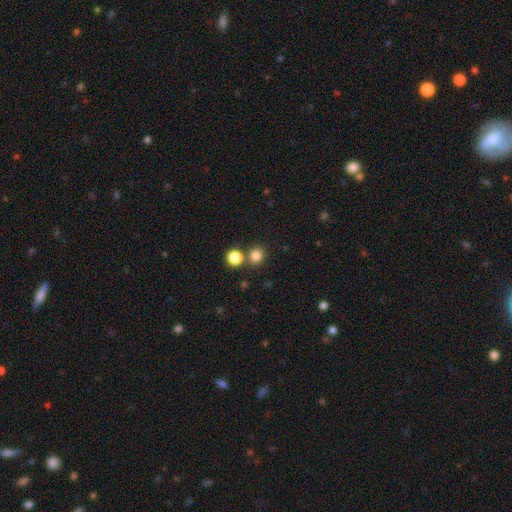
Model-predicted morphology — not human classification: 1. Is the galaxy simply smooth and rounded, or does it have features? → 82% smooth, 13% star or artifact, 5% featured or disk.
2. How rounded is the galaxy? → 88% round, 11% in between, 1% cigar-shaped.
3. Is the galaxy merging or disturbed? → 70% none, 21% merger, 7% minor disturbance, 3% major disturbance.